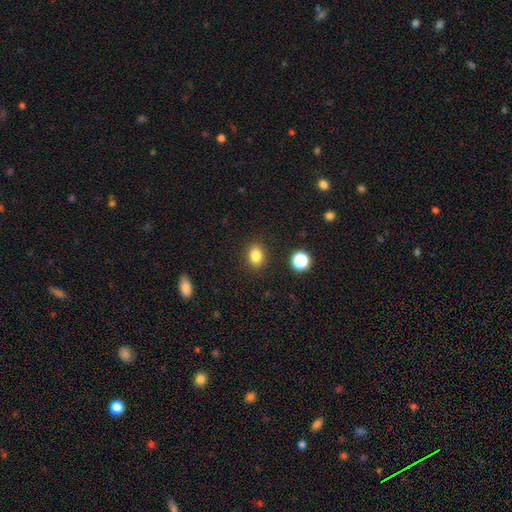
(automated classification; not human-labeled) Smooth or featured?
  - smooth: 83% *
  - star or artifact: 11%
  - featured or disk: 5%
How rounded?
  - in between: 63% *
  - round: 36%
  - cigar-shaped: 1%
Merging?
  - none: 88% *
  - minor disturbance: 8%
  - major disturbance: 3%
  - merger: 2%